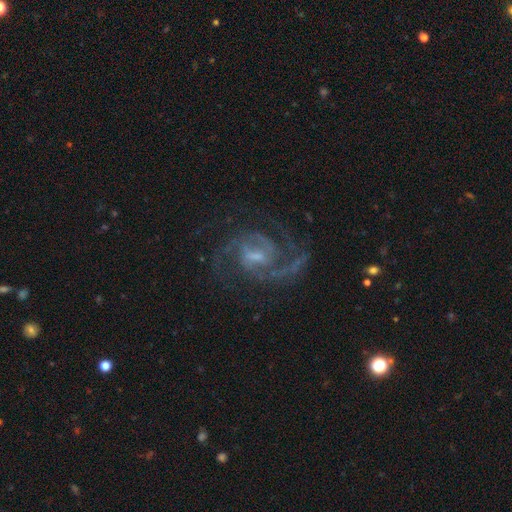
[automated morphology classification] Smooth or featured? featured or disk (91%)
Edge-on disk? no (98%)
Bar? weak (60%)
Spiral arms? yes (98%)
Spiral winding? medium (61%)
Spiral arm count? 2 (69%)
Bulge size? small (53%)
Merging? none (70%)